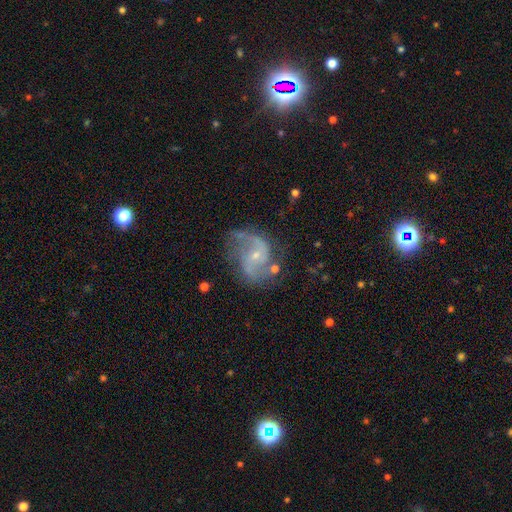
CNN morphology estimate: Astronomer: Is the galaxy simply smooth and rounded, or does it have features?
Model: featured or disk — 87%.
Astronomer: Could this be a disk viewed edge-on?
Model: no — 98%.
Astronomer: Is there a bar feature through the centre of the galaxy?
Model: no — 56% (runner-up: weak, 36%).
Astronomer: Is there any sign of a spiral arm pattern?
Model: yes — 96%.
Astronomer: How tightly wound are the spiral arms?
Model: medium — 47% (runner-up: loose, 40%).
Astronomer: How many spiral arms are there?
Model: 2 — 88%.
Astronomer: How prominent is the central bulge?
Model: small — 73%.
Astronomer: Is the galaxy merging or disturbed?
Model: none — 64%.